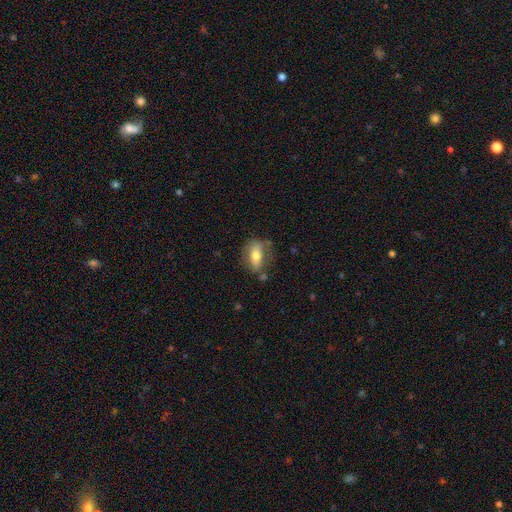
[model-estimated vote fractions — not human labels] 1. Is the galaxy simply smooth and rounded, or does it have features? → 59% smooth, 34% featured or disk, 7% star or artifact.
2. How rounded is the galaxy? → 76% in between, 15% cigar-shaped, 9% round.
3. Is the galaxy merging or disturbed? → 66% none, 21% minor disturbance, 8% major disturbance, 5% merger.